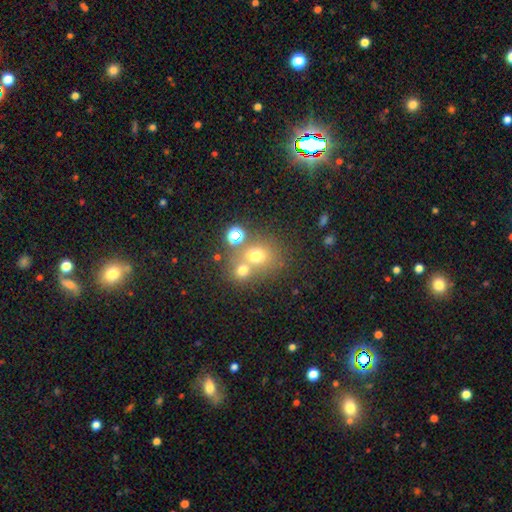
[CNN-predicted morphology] Q: Smooth or featured?
A: smooth (64%); runner-up: star or artifact (19%)
Q: How rounded?
A: round (72%); runner-up: in between (27%)
Q: Merging?
A: merger (44%); tied with: none (44%)